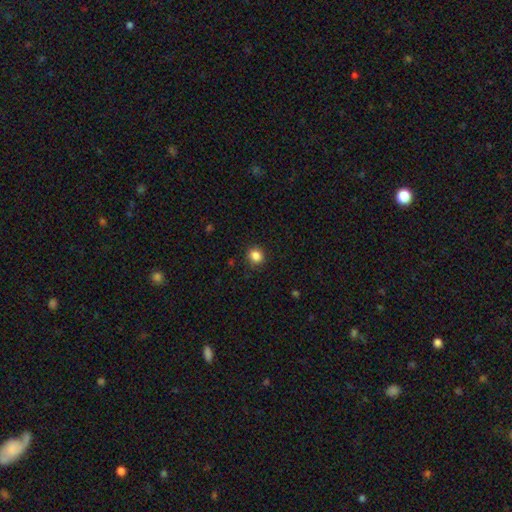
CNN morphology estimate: This is clearly a smooth galaxy (86%). How rounded: likely round (76%). Merging: clearly none (84%).